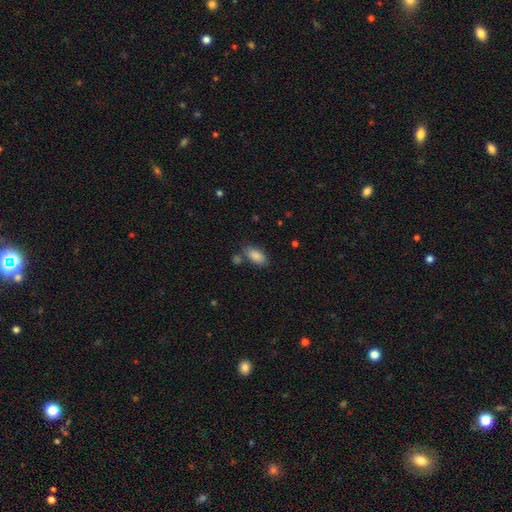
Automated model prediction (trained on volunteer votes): Smooth or featured: smooth — 88% (star or artifact — 7%)
How rounded: in between — 92% (cigar-shaped — 4%)
Merging: none — 71% (minor disturbance — 14%)